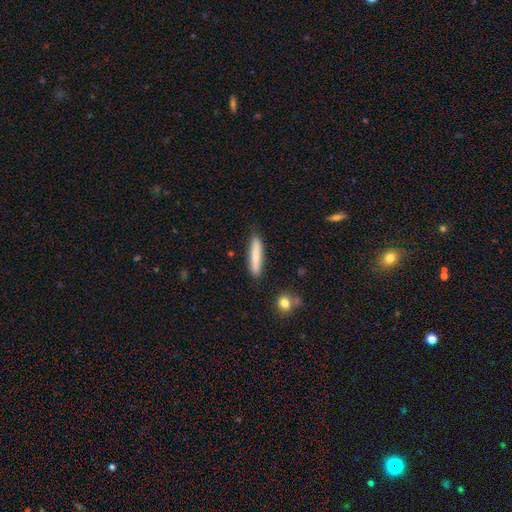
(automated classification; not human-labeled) The model was most divided on "smooth or featured": smooth: 73%, featured or disk: 21%, star or artifact: 6%. More confident: how rounded — cigar-shaped (89%); merging — none (83%).